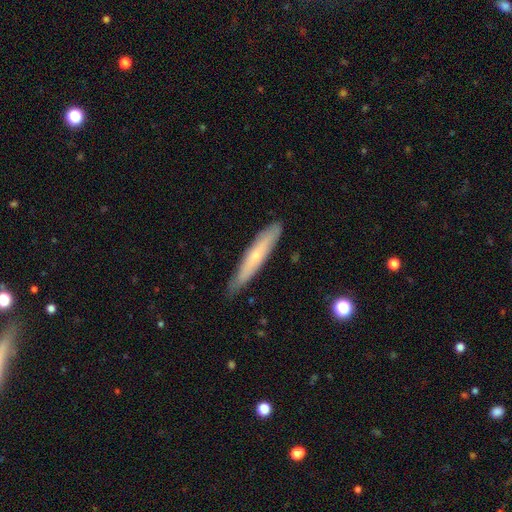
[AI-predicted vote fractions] Overall: smooth (52%; featured or disk 42%). How rounded: cigar-shaped (91%). Merging: none (82%).